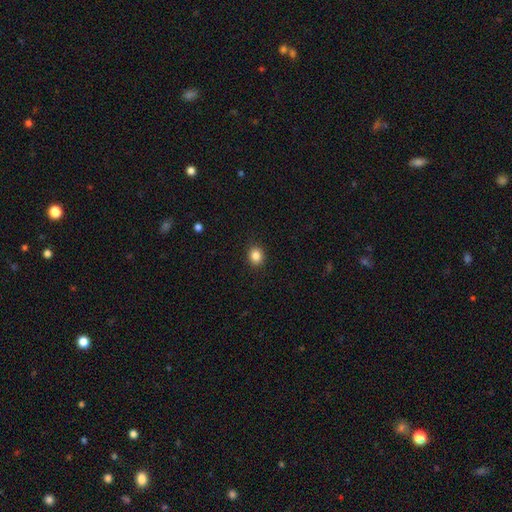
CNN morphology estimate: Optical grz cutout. It shows a smooth galaxy with no disk features (85%) that is round (72%). Merging: none (91%).